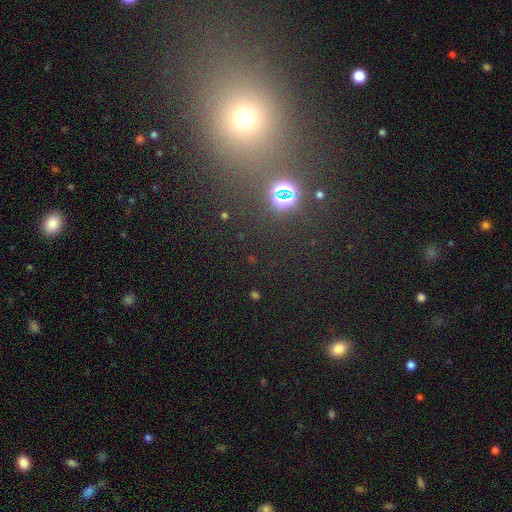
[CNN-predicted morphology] Smooth or featured?
  - star or artifact: 51% *
  - smooth: 41%
  - featured or disk: 9%